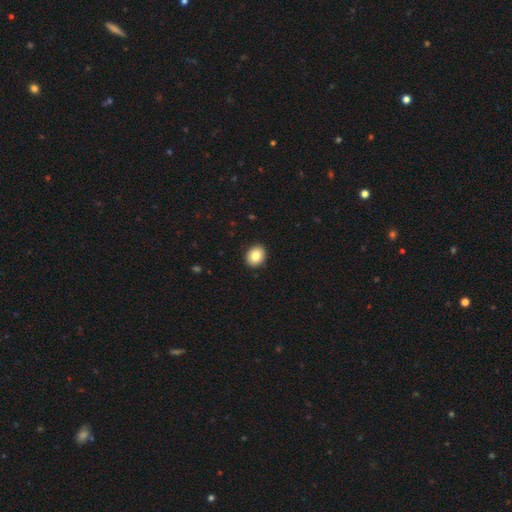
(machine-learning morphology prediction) A smooth galaxy with no disk features (83%) that is round (56%). Merging: none (92%).